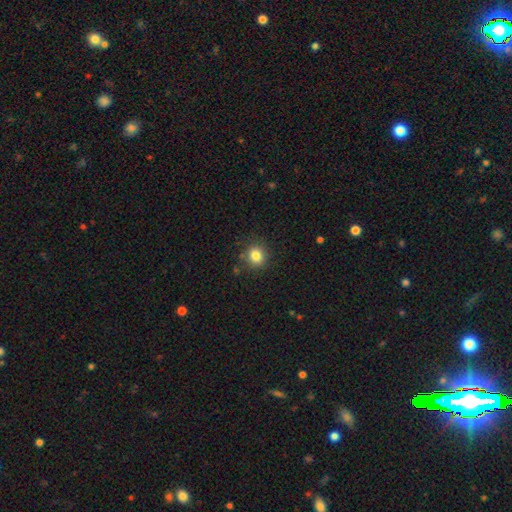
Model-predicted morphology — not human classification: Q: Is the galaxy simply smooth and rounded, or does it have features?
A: smooth — 82%.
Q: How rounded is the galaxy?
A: round — 82%.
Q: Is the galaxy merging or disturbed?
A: none — 85%.